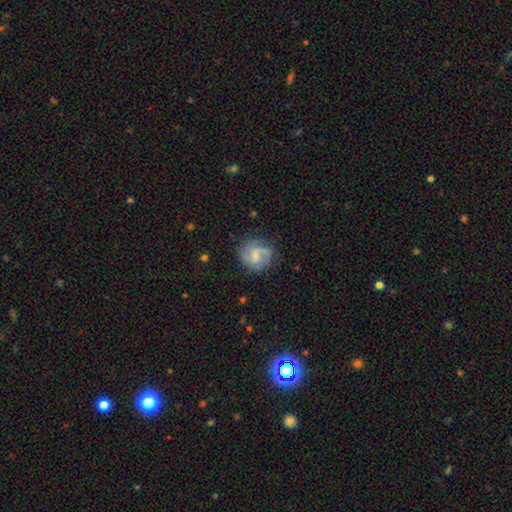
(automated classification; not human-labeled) This is likely a featured or disk galaxy (61%). It is clearly not viewed edge-on (98%). Bar: possibly weak (51%). Spiral arm pattern: clearly yes (88%). Spiral arm count: likely 2 (60%). Spiral winding: marginally medium (44%). Central bulge: marginally small (44%). Merging: likely none (66%).